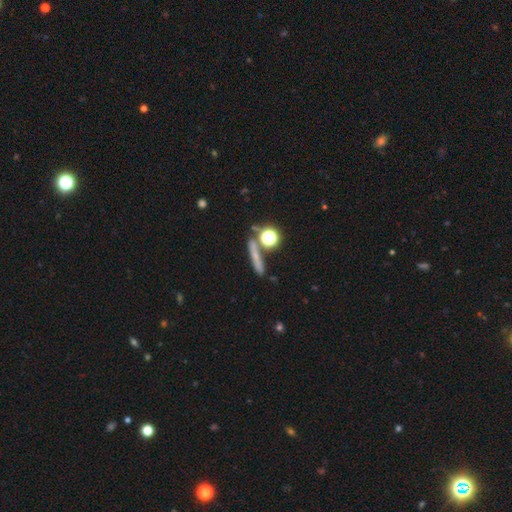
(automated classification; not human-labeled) This is possibly a smooth galaxy (53%). How rounded: likely cigar-shaped (63%). Merging: likely none (70%).